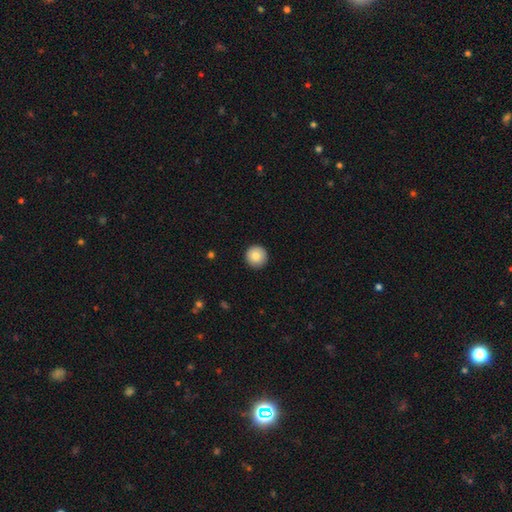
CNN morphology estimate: Smooth or featured? Predicted: smooth (p=0.84). How rounded? Predicted: round (p=0.96). Merging? Predicted: none (p=0.93).